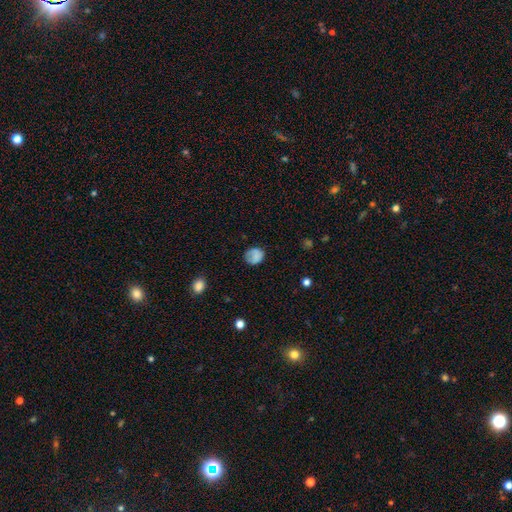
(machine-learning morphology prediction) Q: Smooth or featured?
A: smooth (76%); runner-up: featured or disk (14%)
Q: How rounded?
A: round (70%); runner-up: in between (29%)
Q: Merging?
A: none (64%); runner-up: minor disturbance (24%)